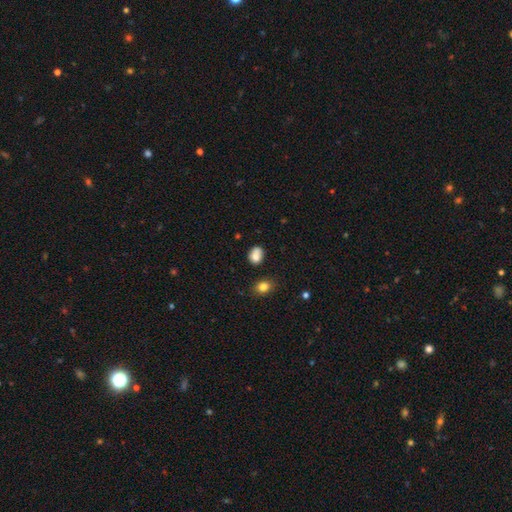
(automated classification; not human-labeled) smooth 79%, featured or disk 11%, star or artifact 10%. Down the decision tree: how rounded — in between (57%); merging — none (54%).